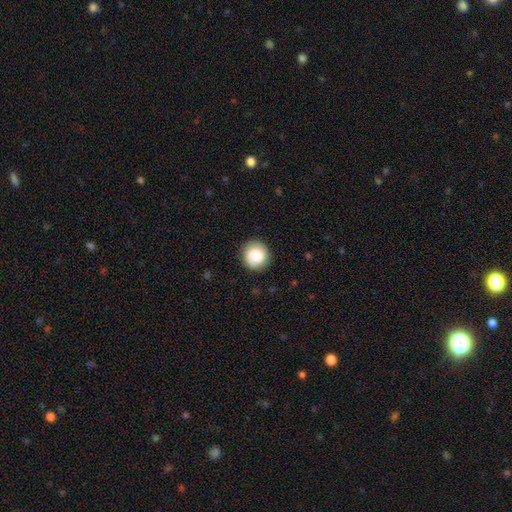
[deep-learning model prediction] This is likely a smooth galaxy (75%). How rounded: clearly round (88%). Merging: clearly none (87%).